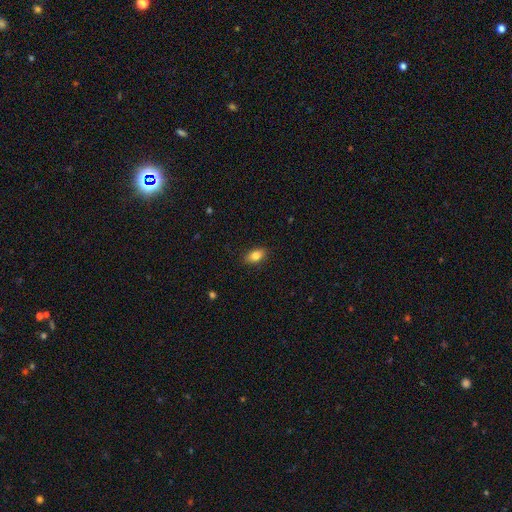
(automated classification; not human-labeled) smooth_or_featured: smooth (p=0.83) [alt: featured or disk p=0.08]
how_rounded: in between (p=0.88) [alt: round p=0.09]
merging: none (p=0.88) [alt: minor disturbance p=0.09]